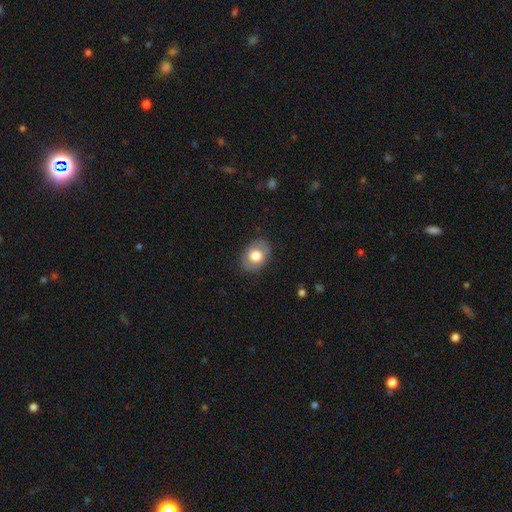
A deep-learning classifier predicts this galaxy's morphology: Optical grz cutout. It shows a smooth galaxy with no disk features (72%) that is in between round and cigar-shaped (70%). Merging: none (83%).